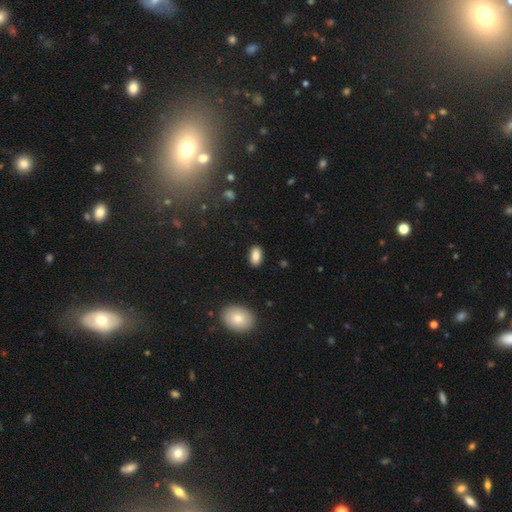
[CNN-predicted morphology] smooth-or-featured: smooth: 86% | star or artifact: 8% | featured or disk: 6%
  how-rounded: in between: 92% | round: 5% | cigar-shaped: 4%
  merging: none: 88% | minor disturbance: 9% | major disturbance: 2% | merger: 1%